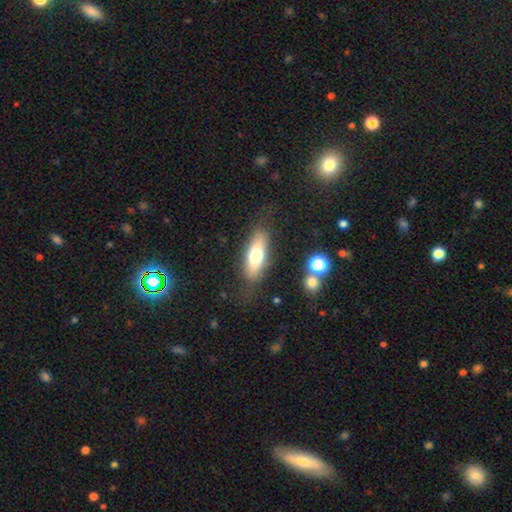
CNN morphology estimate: type=smooth (66%); roundness=in between (61%); merging=none (79%).